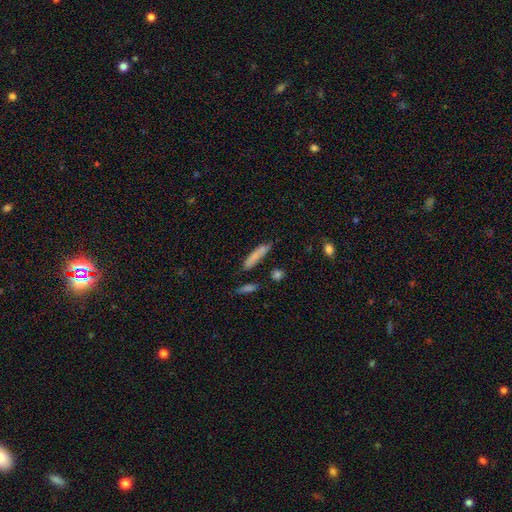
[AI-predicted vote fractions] A smooth galaxy with no disk features (73%) that is cigar-shaped (82%).

Vote fractions:
- Smooth or featured? smooth: 73% / featured or disk: 19% / star or artifact: 8%
- How rounded? cigar-shaped: 82% / in between: 16% / round: 2%
- Merging? none: 66% / minor disturbance: 21% / merger: 8% / major disturbance: 6%